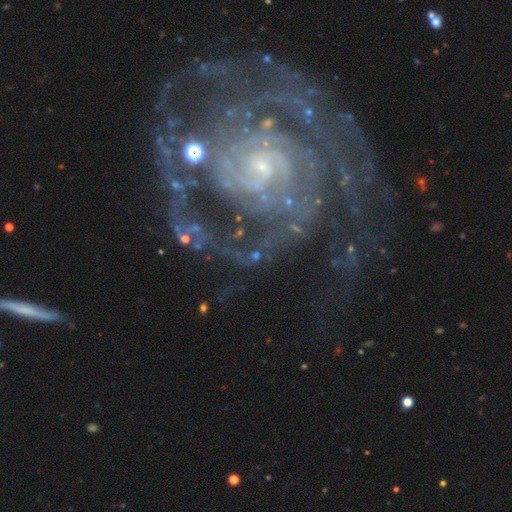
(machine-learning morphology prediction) Overall: featured or disk (70%). Edge-on disk: no (96%). Bar: no (43%; weak 33%). Spiral arms: yes (92%). Spiral arm count: 2 (33%; can't tell 22%). Spiral winding: tight (50%; medium 35%). Bulge size: small (70%). Merging: none (57%; major disturbance 18%).